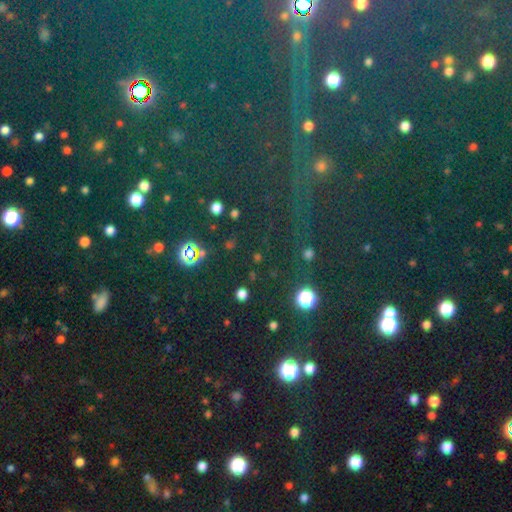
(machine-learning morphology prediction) type=star or artifact (79%).